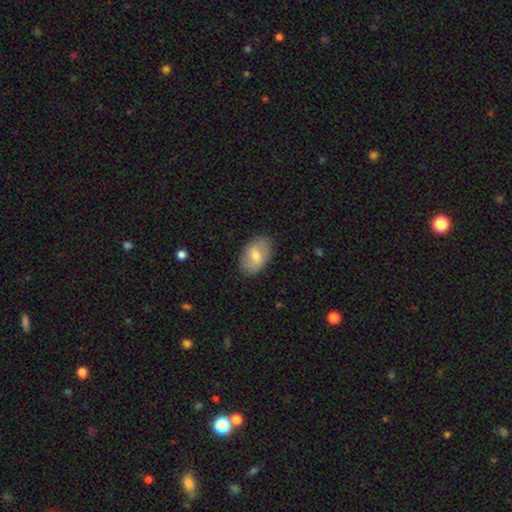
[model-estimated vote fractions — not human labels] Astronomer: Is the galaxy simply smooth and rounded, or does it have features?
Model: smooth — 65%.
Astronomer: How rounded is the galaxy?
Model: in between — 90%.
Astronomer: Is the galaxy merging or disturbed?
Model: none — 86%.